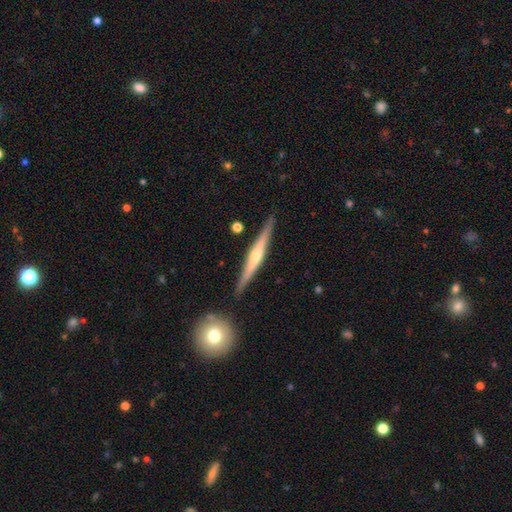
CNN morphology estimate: Smooth or featured: featured or disk — 76% (smooth — 18%)
Edge-on disk: yes — 98% (no — 2%)
Edge-on bulge: rounded — 85% (none — 10%)
Merging: none — 89% (minor disturbance — 8%)